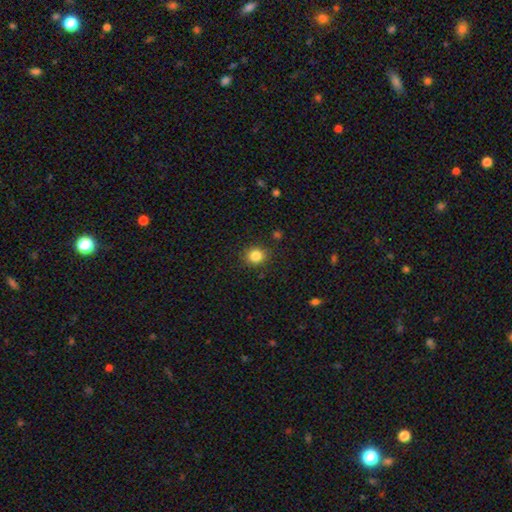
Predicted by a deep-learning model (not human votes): Smooth or featured? smooth (84%)
How rounded? round (79%)
Merging? none (87%)